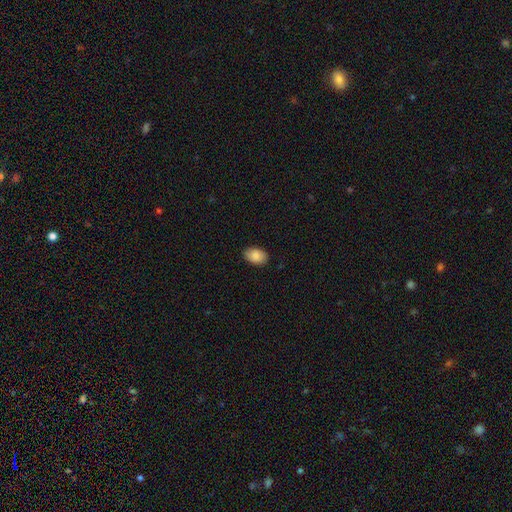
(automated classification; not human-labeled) smooth_or_featured: smooth (p=0.89) [alt: star or artifact p=0.07]
how_rounded: in between (p=0.88) [alt: round p=0.11]
merging: none (p=0.86) [alt: minor disturbance p=0.11]